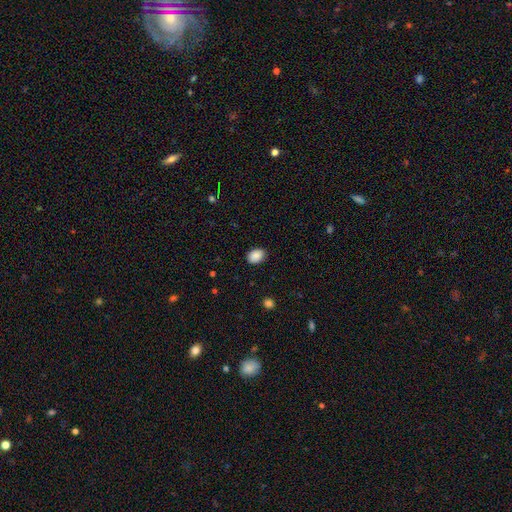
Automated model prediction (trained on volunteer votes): This appears to be a smooth galaxy with no disk features (89%) that is in between round and cigar-shaped (74%). Merging: none (86%).